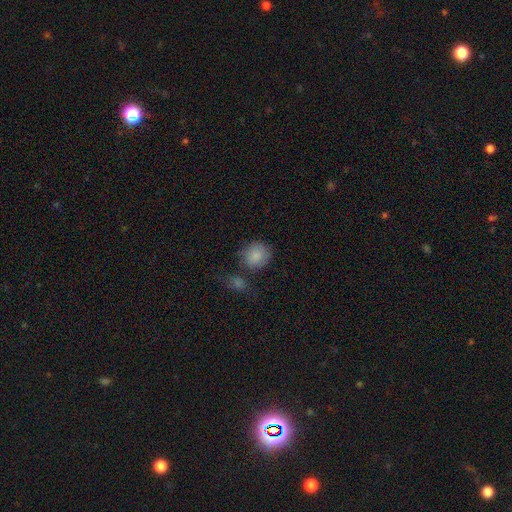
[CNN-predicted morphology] type=smooth (86%); roundness=round (76%); merging=none (63%).